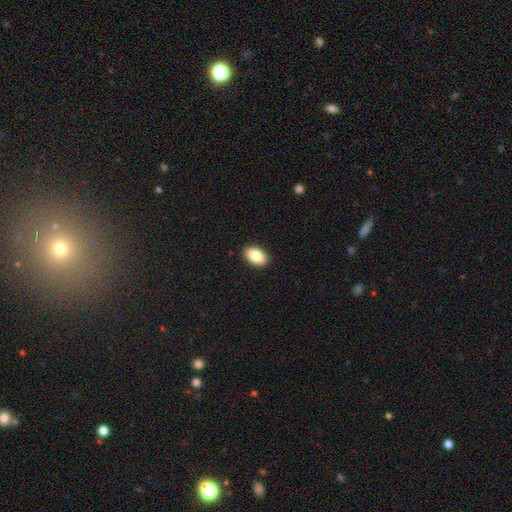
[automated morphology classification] type=smooth (85%); roundness=in between (91%); merging=none (90%).